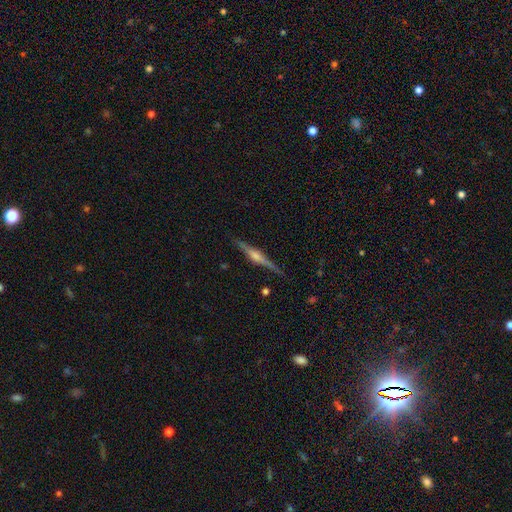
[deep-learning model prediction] Morphology: type=featured or disk (83%); edge-on=yes (98%); edge-on bulge=rounded (82%); merging=none (89%).